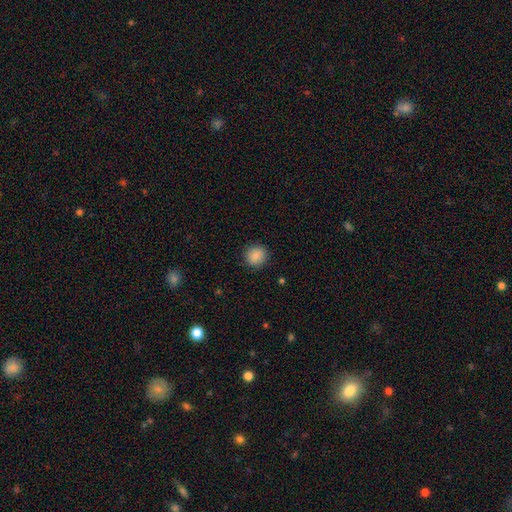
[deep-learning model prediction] Morphology: type=smooth (87%); roundness=round (90%); merging=none (91%).